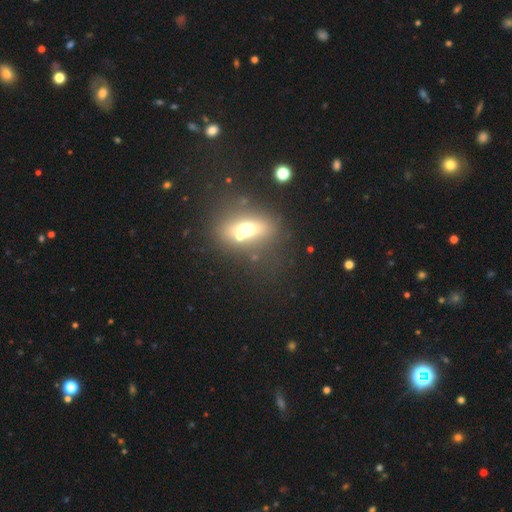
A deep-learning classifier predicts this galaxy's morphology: Q: Smooth or featured?
A: smooth (38%); runner-up: featured or disk (37%)
Q: Merging?
A: none (72%); runner-up: minor disturbance (13%)